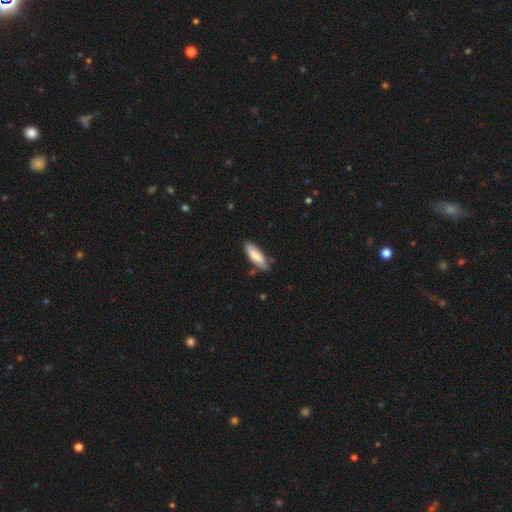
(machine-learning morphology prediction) Overall: smooth (80%). How rounded: in between (56%; cigar-shaped 43%). Merging: none (78%).